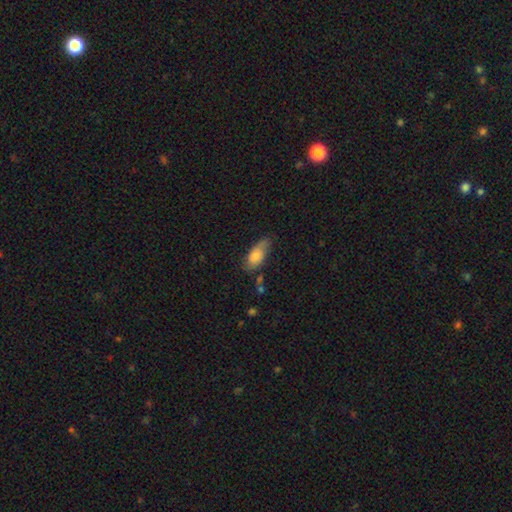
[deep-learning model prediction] Smooth or featured: smooth — 75% (featured or disk — 17%)
How rounded: in between — 85% (cigar-shaped — 12%)
Merging: none — 57% (minor disturbance — 32%)